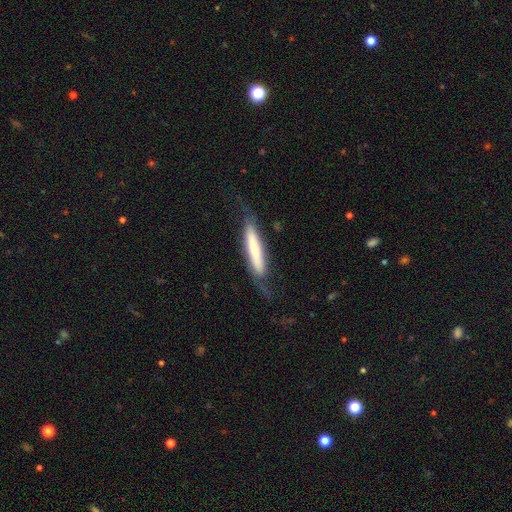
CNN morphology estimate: This appears to be a smooth galaxy with no disk features (59%) that is cigar-shaped (88%). Merging: none (70%).